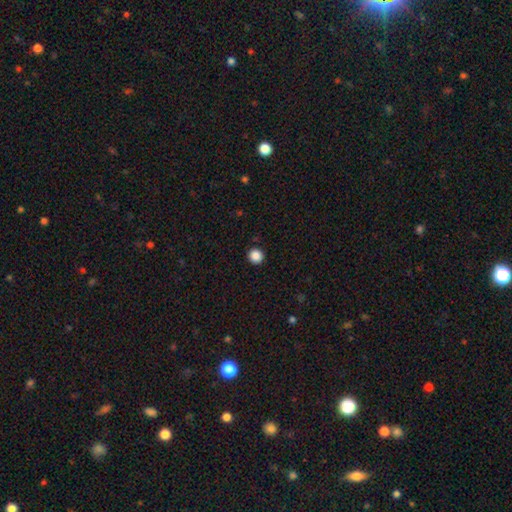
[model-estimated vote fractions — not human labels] Q: Smooth or featured?
A: smooth (87%); runner-up: star or artifact (10%)
Q: How rounded?
A: round (94%); runner-up: in between (5%)
Q: Merging?
A: none (93%); runner-up: minor disturbance (4%)